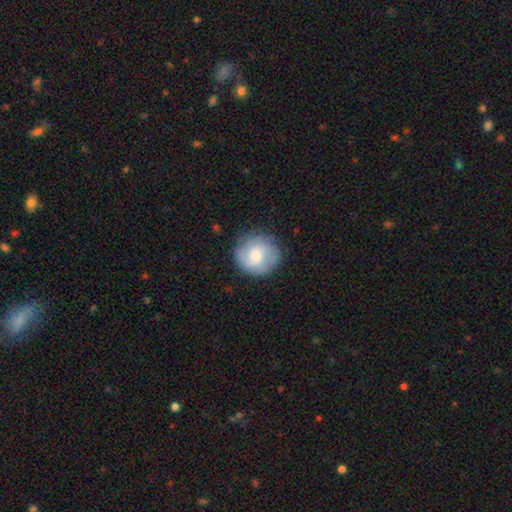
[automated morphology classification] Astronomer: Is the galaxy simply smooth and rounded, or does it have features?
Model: smooth — 52% (runner-up: featured or disk, 41%).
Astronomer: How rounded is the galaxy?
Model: round — 89%.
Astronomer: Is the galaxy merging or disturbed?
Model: none — 81%.